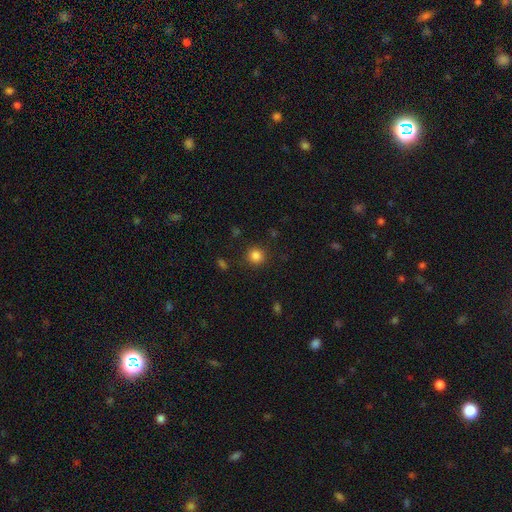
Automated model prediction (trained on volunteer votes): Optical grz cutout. It shows a smooth galaxy with no disk features (84%) that is round (91%). Merging: none (88%).